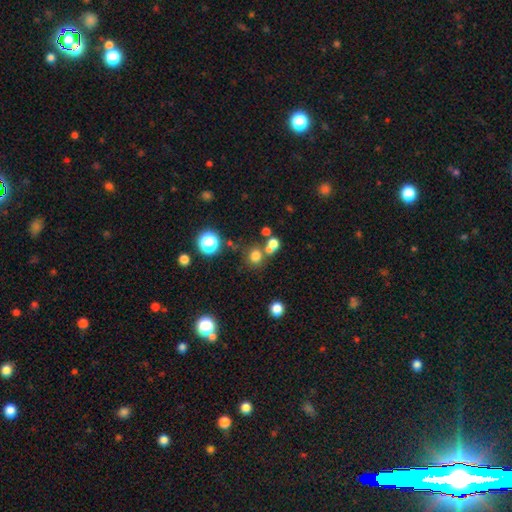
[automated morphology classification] This is likely a smooth galaxy (72%). How rounded: clearly round (86%). Merging: likely none (63%).